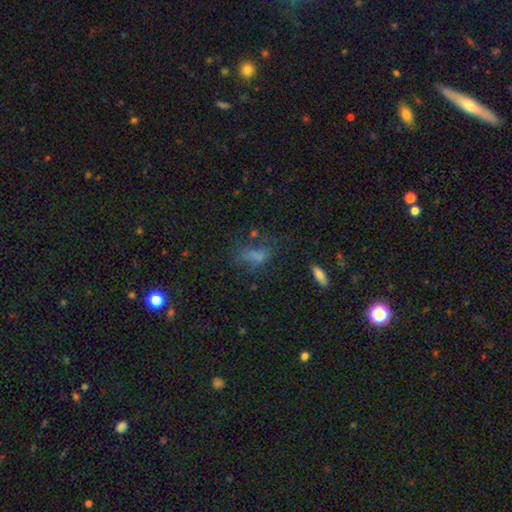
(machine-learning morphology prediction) The model was most divided on "merging": none: 45%, major disturbance: 26%, minor disturbance: 22%, merger: 7%. More confident: how rounded — in between (76%); smooth or featured — smooth (58%).